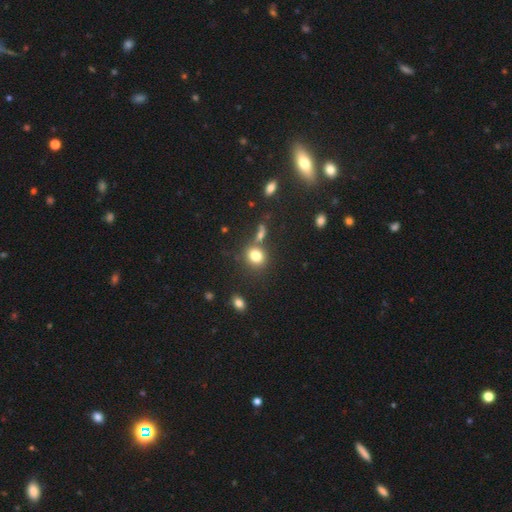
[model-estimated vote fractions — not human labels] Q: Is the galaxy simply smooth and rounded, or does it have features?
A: smooth — 80%.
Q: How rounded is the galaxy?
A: round — 68%.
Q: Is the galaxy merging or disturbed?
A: none — 65%.